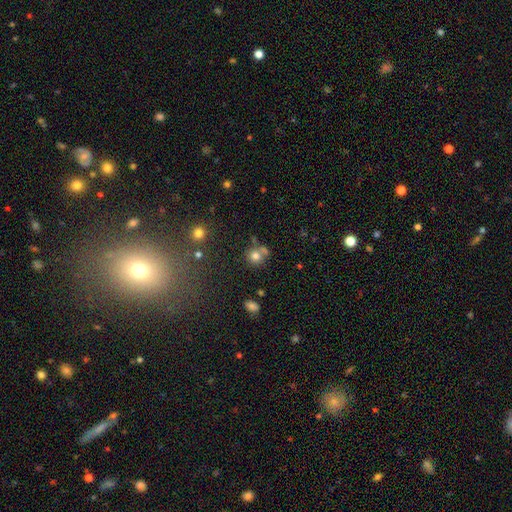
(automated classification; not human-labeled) smooth_or_featured: smooth (p=0.77) [alt: star or artifact p=0.13]
how_rounded: round (p=0.86) [alt: in between p=0.13]
merging: none (p=0.55) [alt: merger p=0.29]